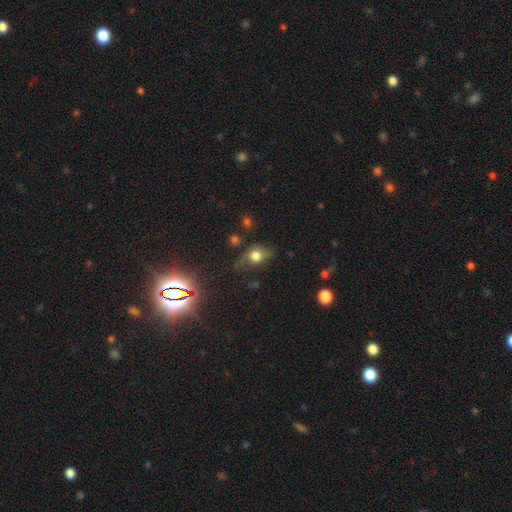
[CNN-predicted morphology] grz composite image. It shows a smooth galaxy with no disk features (65%) that is in between round and cigar-shaped (56%). Merging: none (53%).